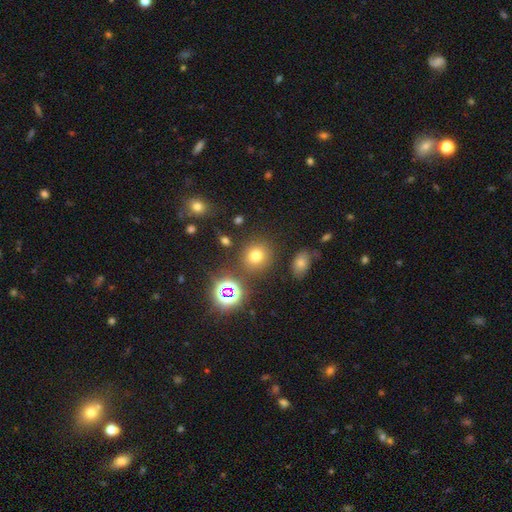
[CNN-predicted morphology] smooth_or_featured: smooth (p=0.68) [alt: star or artifact p=0.24]
how_rounded: round (p=0.85) [alt: in between p=0.14]
merging: none (p=0.83) [alt: minor disturbance p=0.08]